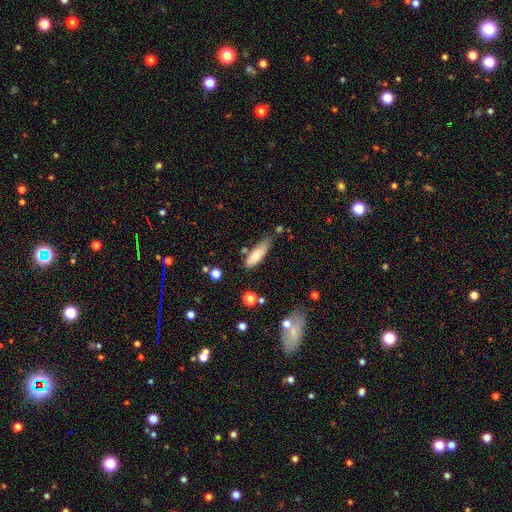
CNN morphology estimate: smooth_or_featured: smooth (p=0.72) [alt: featured or disk p=0.21]
how_rounded: in between (p=0.55) [alt: cigar-shaped p=0.44]
merging: none (p=0.60) [alt: minor disturbance p=0.26]